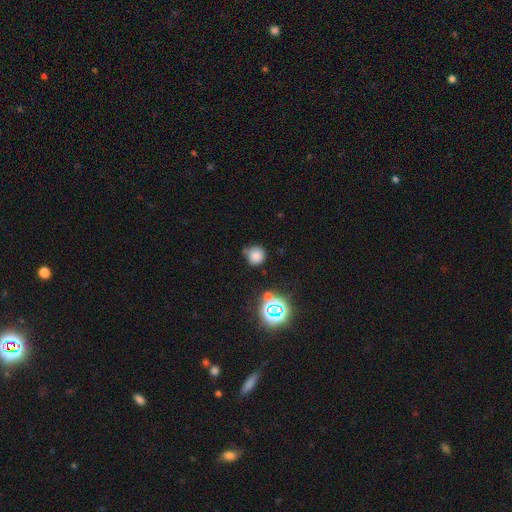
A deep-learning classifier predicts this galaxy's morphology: This is likely a smooth galaxy (76%). How rounded: clearly round (91%). Merging: likely none (72%).